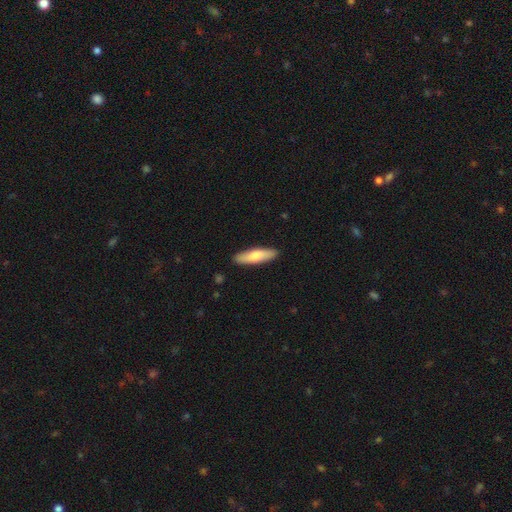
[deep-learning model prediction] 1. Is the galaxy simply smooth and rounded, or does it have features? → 75% smooth, 20% featured or disk, 5% star or artifact.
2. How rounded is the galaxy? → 64% cigar-shaped, 35% in between, 2% round.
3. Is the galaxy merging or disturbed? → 89% none, 8% minor disturbance, 2% major disturbance, 1% merger.